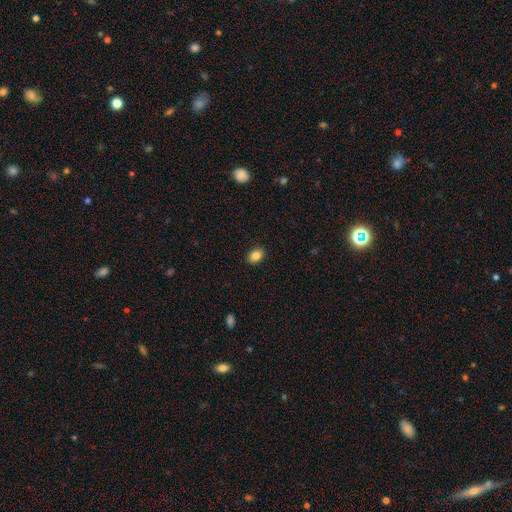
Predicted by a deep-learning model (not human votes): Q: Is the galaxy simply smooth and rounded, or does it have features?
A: smooth — 86%.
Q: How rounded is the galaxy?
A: in between — 76%.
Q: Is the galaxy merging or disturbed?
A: none — 90%.